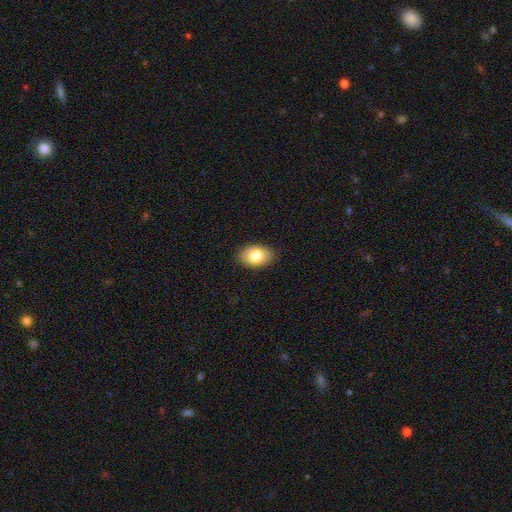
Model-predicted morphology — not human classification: Smooth or featured: smooth — 80% (featured or disk — 13%)
How rounded: in between — 89% (round — 10%)
Merging: none — 87% (minor disturbance — 10%)